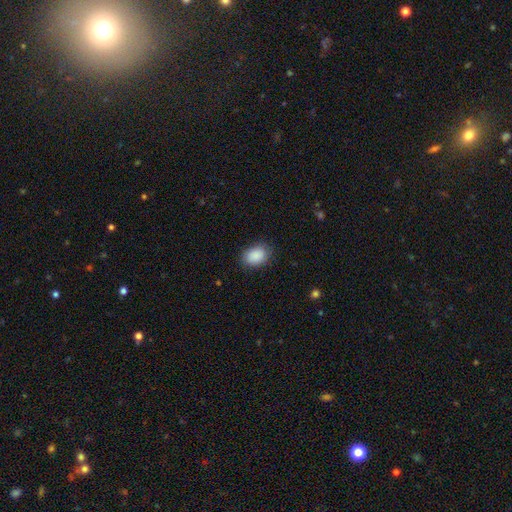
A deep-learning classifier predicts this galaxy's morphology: type=smooth (89%); roundness=in between (74%); merging=none (84%).